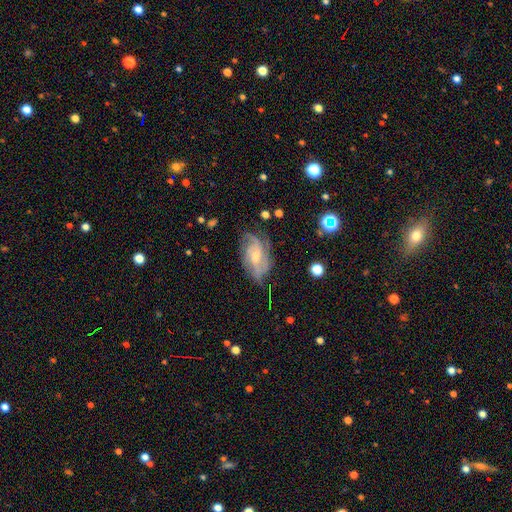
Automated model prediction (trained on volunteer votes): This is clearly a featured or disk galaxy (82%). It is clearly not viewed edge-on (95%). Bar: possibly no (50%). Spiral arm pattern: clearly yes (96%). Spiral arm count: marginally 3 (29%). Spiral winding: possibly tight (49%). Central bulge: possibly small (47%, tied with moderate). Merging: likely none (71%).